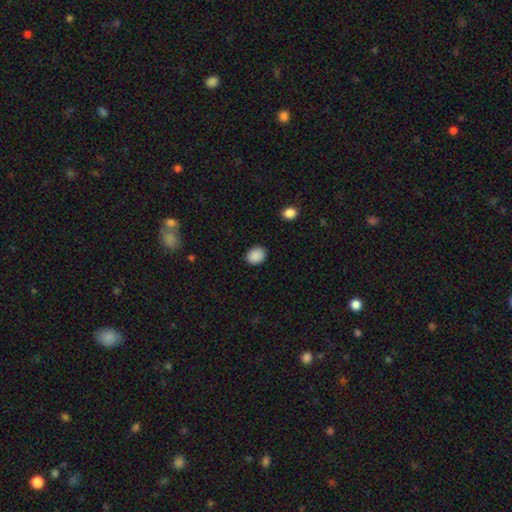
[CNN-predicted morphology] Smooth or featured: smooth — 89% (star or artifact — 8%)
How rounded: round — 51% (in between — 48%)
Merging: none — 89% (minor disturbance — 8%)